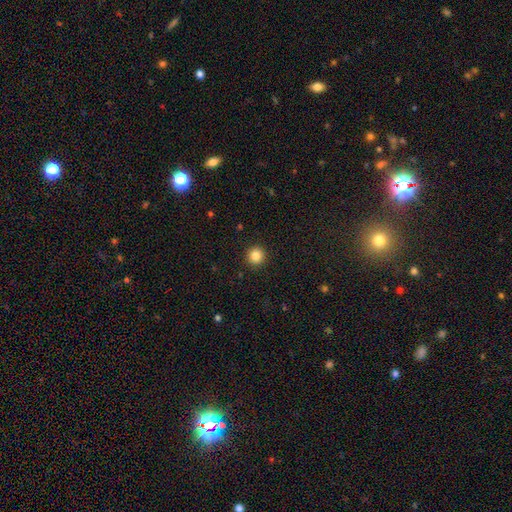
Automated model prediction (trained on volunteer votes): Smooth or featured?
  - smooth: 85% *
  - star or artifact: 11%
  - featured or disk: 4%
How rounded?
  - round: 95% *
  - in between: 4%
  - cigar-shaped: 1%
Merging?
  - none: 93% *
  - minor disturbance: 5%
  - major disturbance: 2%
  - merger: 1%